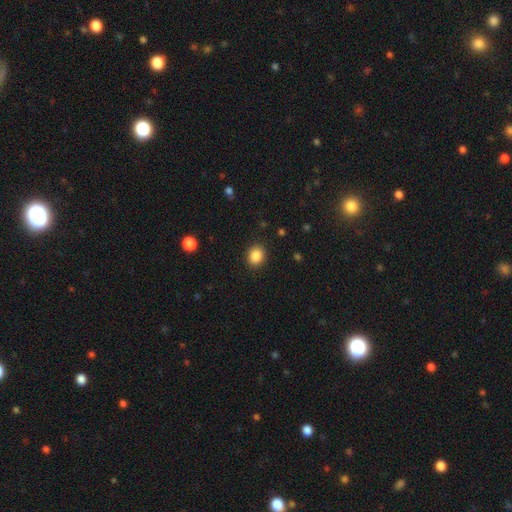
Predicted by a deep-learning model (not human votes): Smooth or featured?
  - smooth: 87% *
  - star or artifact: 10%
  - featured or disk: 4%
How rounded?
  - round: 61% *
  - in between: 38%
  - cigar-shaped: 1%
Merging?
  - none: 90% *
  - minor disturbance: 7%
  - major disturbance: 2%
  - merger: 1%